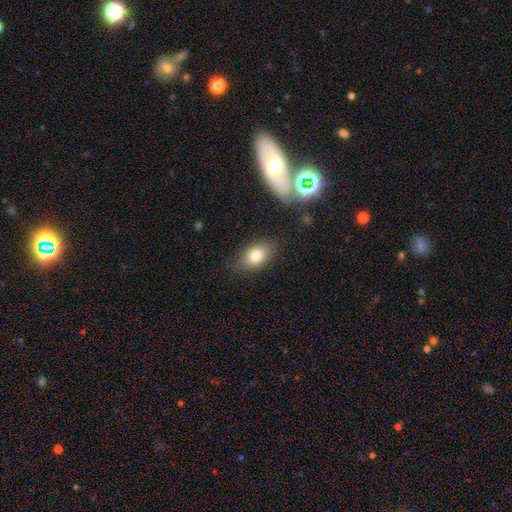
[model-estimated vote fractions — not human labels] This is likely a smooth galaxy (79%). How rounded: clearly in between (82%). Merging: clearly none (81%).